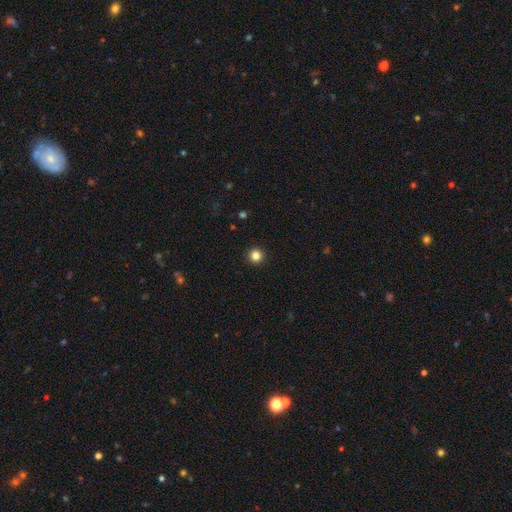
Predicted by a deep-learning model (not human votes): A smooth galaxy with no disk features (84%) that is round (96%).

Vote fractions:
- Smooth or featured? smooth: 84% / star or artifact: 12% / featured or disk: 4%
- How rounded? round: 96% / in between: 3% / cigar-shaped: 1%
- Merging? none: 94% / minor disturbance: 4% / major disturbance: 1% / merger: 1%